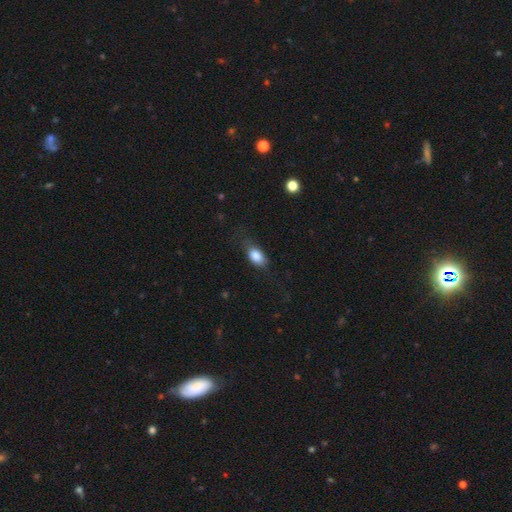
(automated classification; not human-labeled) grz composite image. It shows a smooth galaxy with no disk features (83%) that is in between round and cigar-shaped (87%). Merging: none (64%).